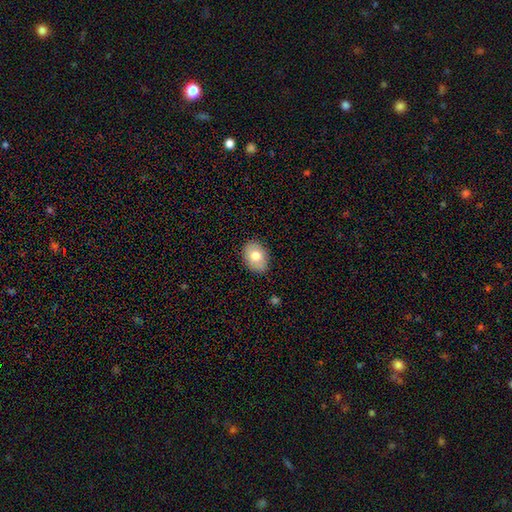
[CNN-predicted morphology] Smooth or featured? smooth (75%)
How rounded? in between (78%)
Merging? none (86%)